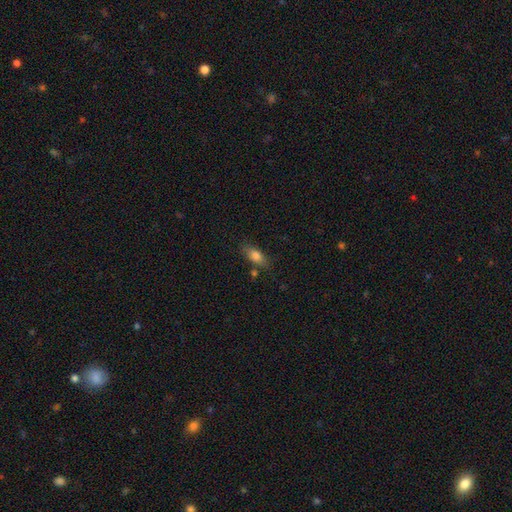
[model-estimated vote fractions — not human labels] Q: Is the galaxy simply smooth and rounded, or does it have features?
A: smooth — 79%.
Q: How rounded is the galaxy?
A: in between — 78%.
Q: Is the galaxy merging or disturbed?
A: none — 73%.